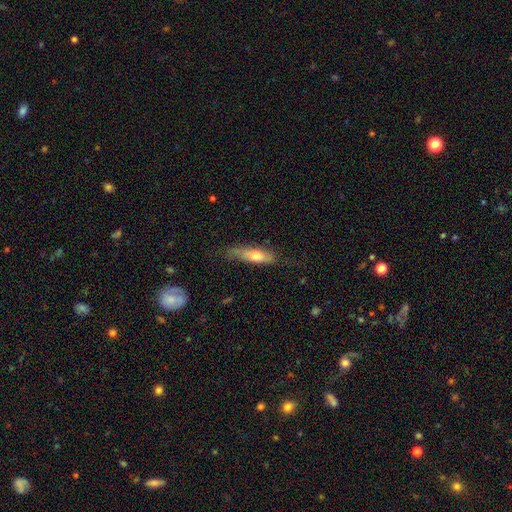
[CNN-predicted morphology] This is possibly a smooth galaxy (57%). How rounded: likely cigar-shaped (64%). Merging: possibly none (58%).